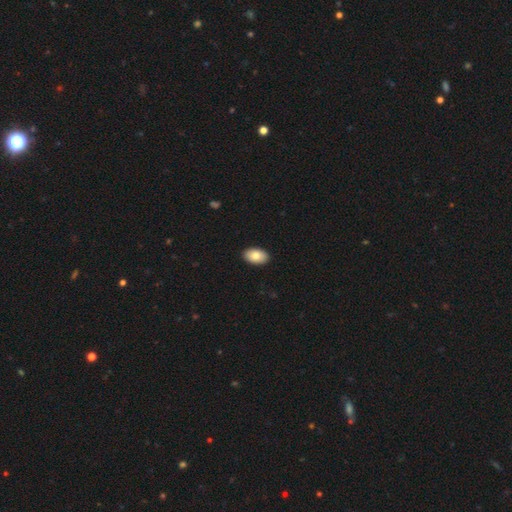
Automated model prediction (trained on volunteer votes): Morphology: type=smooth (85%); roundness=in between (94%); merging=none (91%).